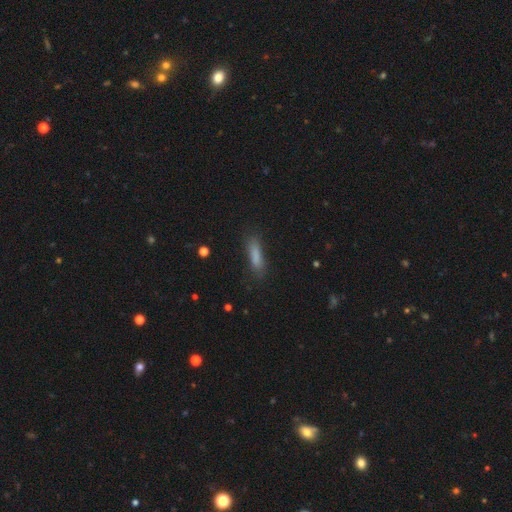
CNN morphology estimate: A smooth galaxy with no disk features (79%) that is cigar-shaped (70%).

Vote fractions:
- Smooth or featured? smooth: 79% / featured or disk: 12% / star or artifact: 9%
- How rounded? cigar-shaped: 70% / in between: 28% / round: 2%
- Merging? none: 74% / minor disturbance: 18% / major disturbance: 6% / merger: 2%